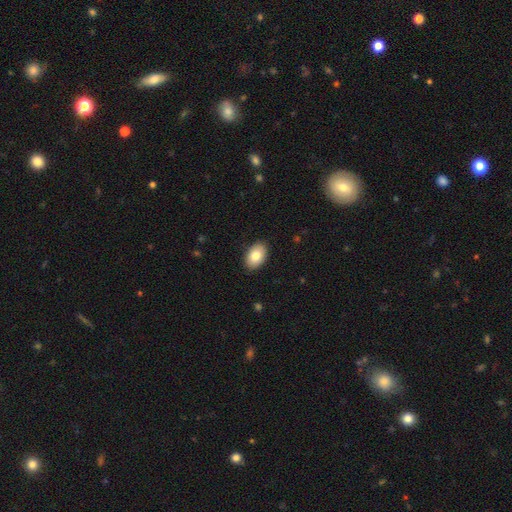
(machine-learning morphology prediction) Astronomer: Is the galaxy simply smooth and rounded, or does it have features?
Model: smooth — 82%.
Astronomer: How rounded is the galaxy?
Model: in between — 91%.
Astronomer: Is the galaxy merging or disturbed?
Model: none — 89%.